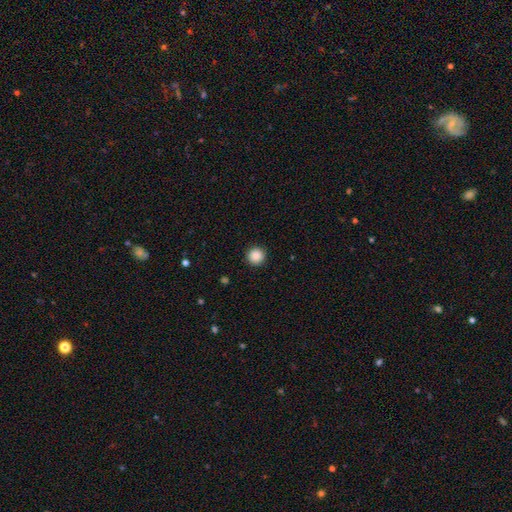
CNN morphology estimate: A smooth galaxy with no disk features (88%) that is round (95%). Merging: none (93%).